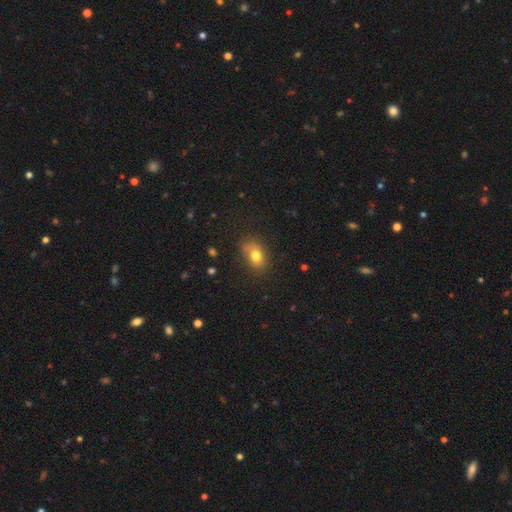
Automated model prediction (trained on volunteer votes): Overall: smooth (77%). How rounded: in between (77%). Merging: none (65%).